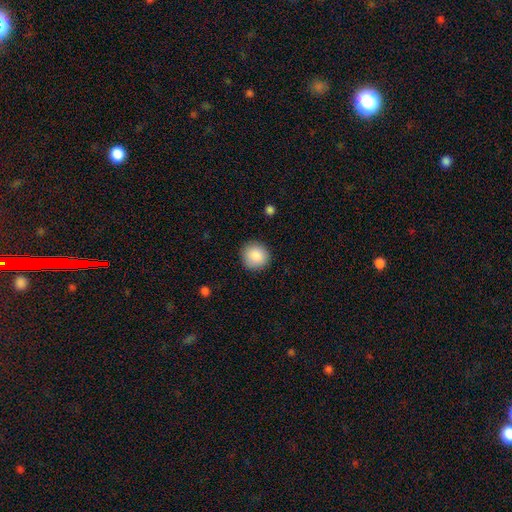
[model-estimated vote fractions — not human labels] A smooth galaxy with no disk features (89%) that is round (93%). Merging: none (90%).